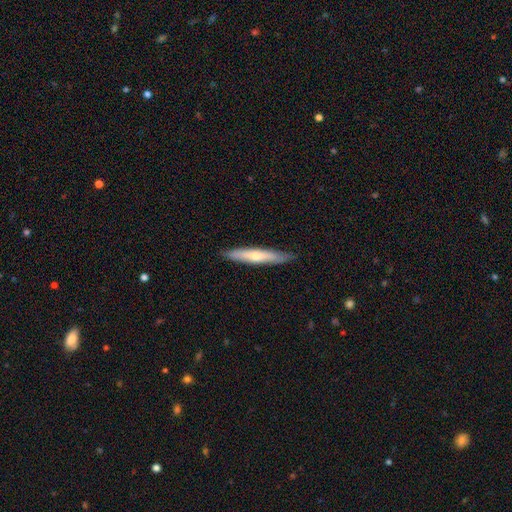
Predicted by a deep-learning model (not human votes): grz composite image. It shows a featured or disk galaxy (51%) viewed edge-on (91%). Merging: none (90%).